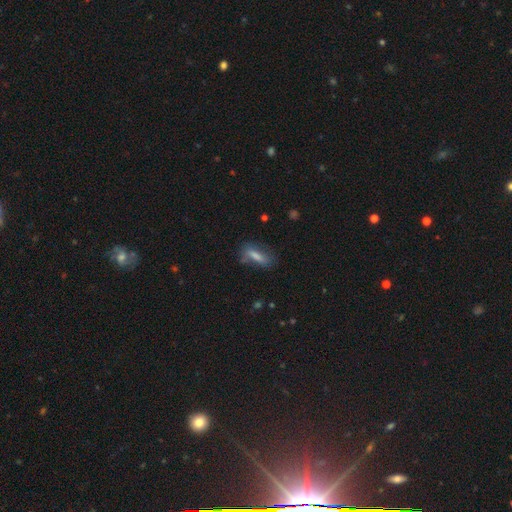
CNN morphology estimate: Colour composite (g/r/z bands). It shows a smooth galaxy with no disk features (72%) that is in between round and cigar-shaped (53%). Merging: none (61%).